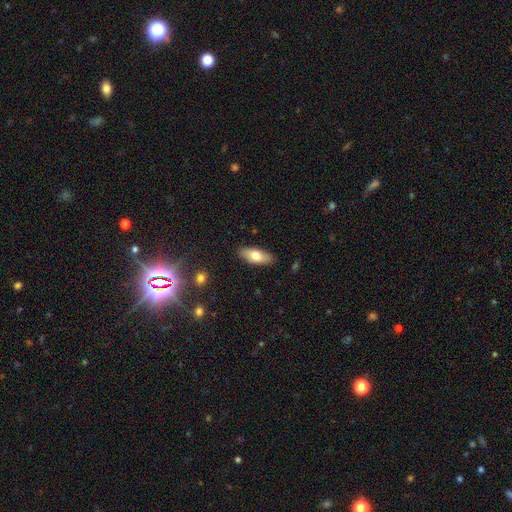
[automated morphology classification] Q: Smooth or featured?
A: smooth (72%); runner-up: featured or disk (21%)
Q: How rounded?
A: in between (74%); runner-up: cigar-shaped (23%)
Q: Merging?
A: none (87%); runner-up: minor disturbance (10%)